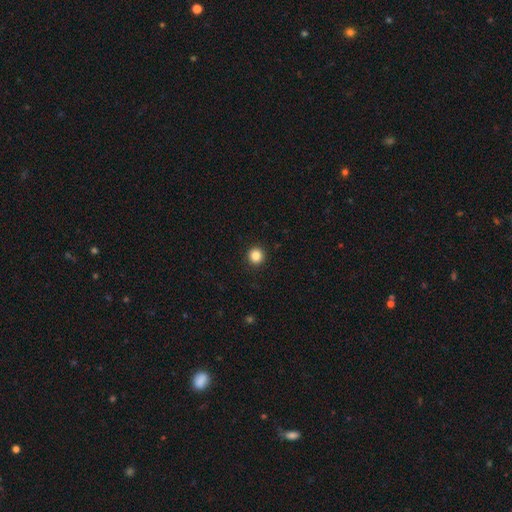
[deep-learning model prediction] Smooth or featured? smooth (86%)
How rounded? round (94%)
Merging? none (93%)